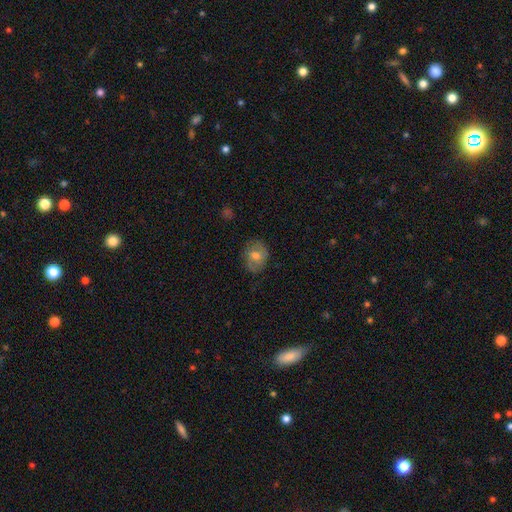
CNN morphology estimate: Smooth or featured: smooth — 63% (featured or disk — 29%)
How rounded: round — 52% (in between — 47%)
Merging: none — 76% (minor disturbance — 18%)